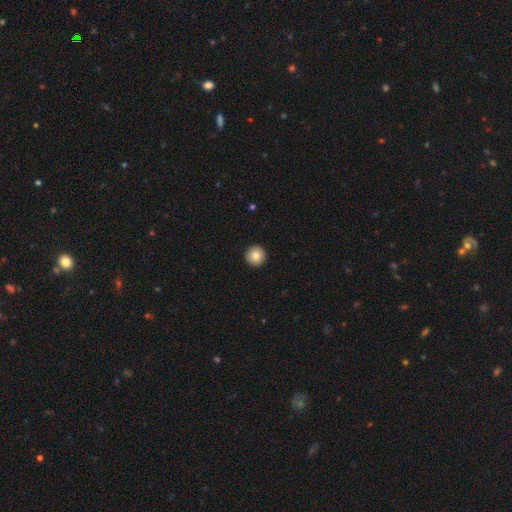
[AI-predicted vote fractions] This appears to be a smooth galaxy with no disk features (84%) that is round (96%). Merging: none (94%).